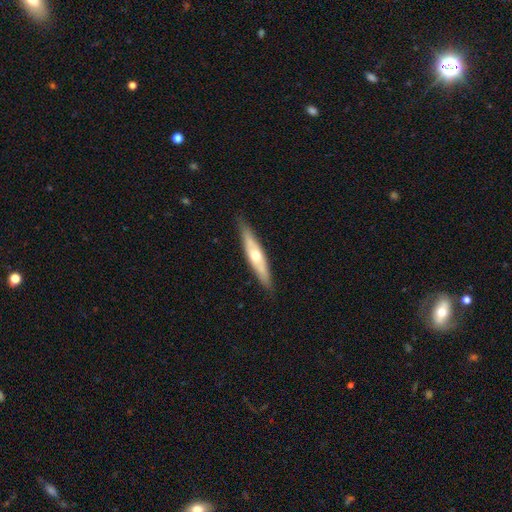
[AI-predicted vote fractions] Morphology: type=featured or disk (56%); edge-on=yes (81%); merging=none (85%).